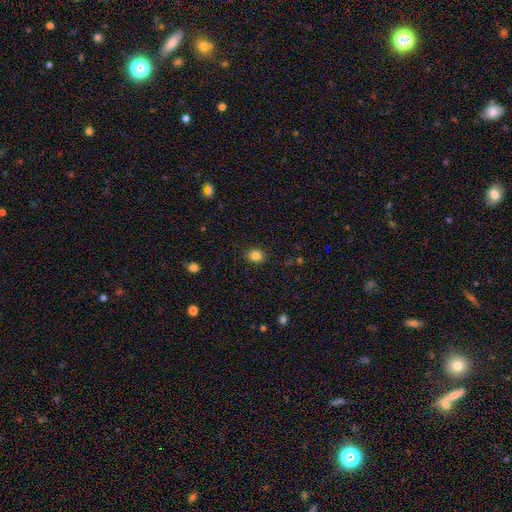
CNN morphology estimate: Smooth or featured?
  - smooth: 84% *
  - star or artifact: 11%
  - featured or disk: 5%
How rounded?
  - round: 75% *
  - in between: 24%
  - cigar-shaped: 1%
Merging?
  - none: 87% *
  - minor disturbance: 10%
  - major disturbance: 3%
  - merger: 1%